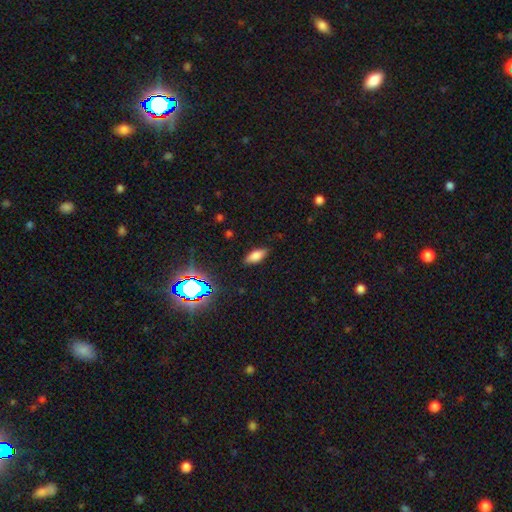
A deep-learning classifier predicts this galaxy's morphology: smooth_or_featured: smooth (p=0.73) [alt: star or artifact p=0.14]
how_rounded: in between (p=0.80) [alt: cigar-shaped p=0.17]
merging: none (p=0.85) [alt: minor disturbance p=0.11]